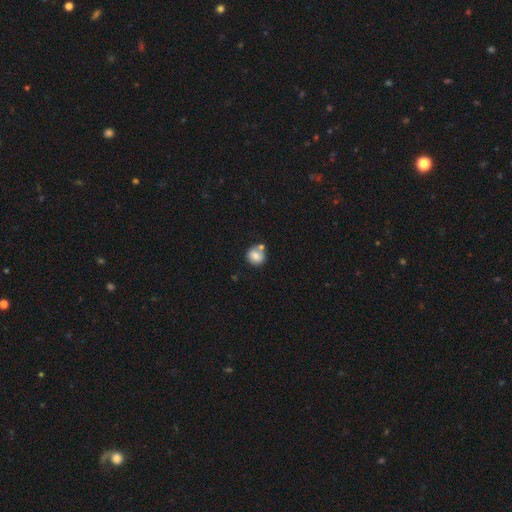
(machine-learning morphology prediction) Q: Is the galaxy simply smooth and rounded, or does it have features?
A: smooth — 79%.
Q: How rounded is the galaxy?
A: round — 80%.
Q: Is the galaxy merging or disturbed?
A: none — 57%.